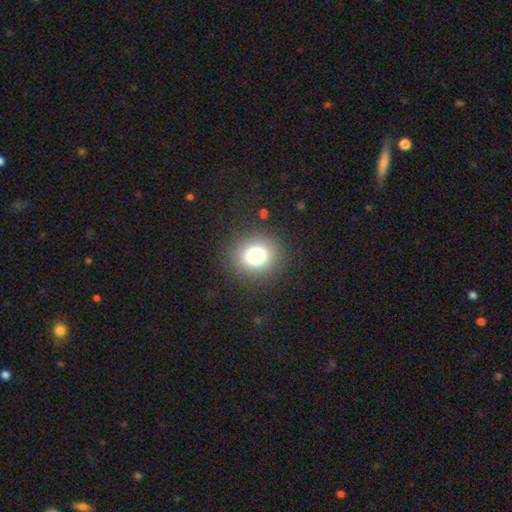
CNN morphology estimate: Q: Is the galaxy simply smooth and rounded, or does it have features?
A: smooth — 76%.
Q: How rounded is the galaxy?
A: round — 82%.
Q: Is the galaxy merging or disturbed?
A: none — 88%.